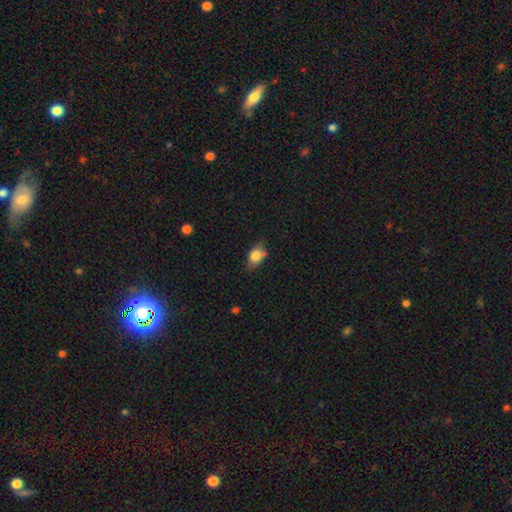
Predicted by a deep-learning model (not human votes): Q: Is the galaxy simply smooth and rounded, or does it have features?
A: smooth — 78%.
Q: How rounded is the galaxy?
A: in between — 76%.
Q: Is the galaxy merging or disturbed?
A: none — 60%.